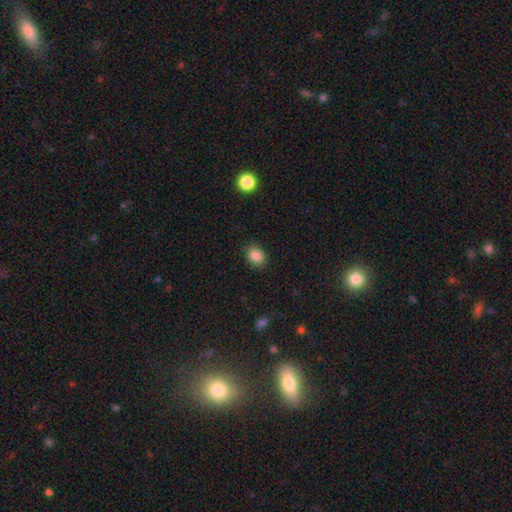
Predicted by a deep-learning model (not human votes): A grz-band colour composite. It shows a smooth galaxy with no disk features (85%) that is in between round and cigar-shaped (56%). Merging: none (86%).